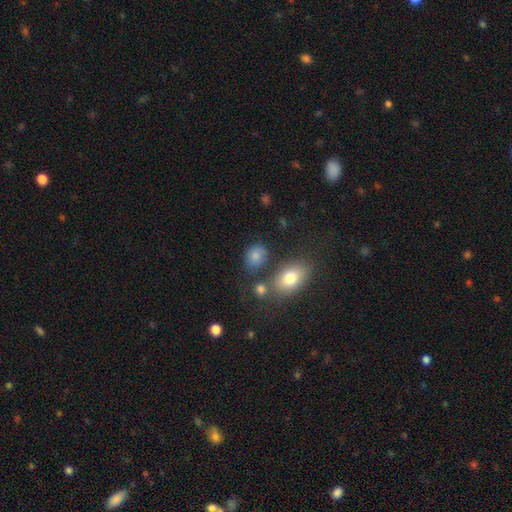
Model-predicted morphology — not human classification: The model was most divided on "how rounded": in between: 62%, round: 37%, cigar-shaped: 2%. More confident: smooth or featured — smooth (80%); merging — none (68%).